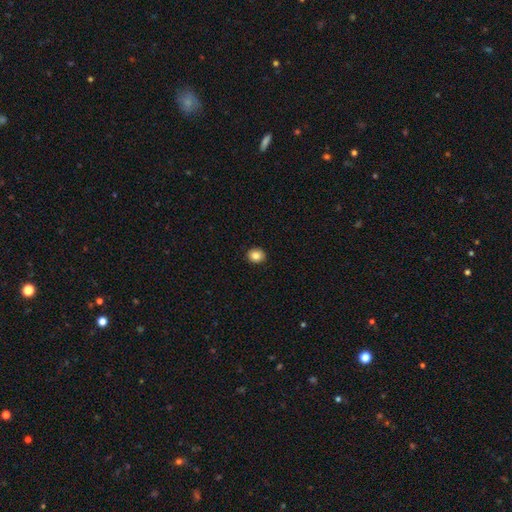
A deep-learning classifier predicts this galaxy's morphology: smooth-or-featured: smooth: 84% | star or artifact: 9% | featured or disk: 6%
  how-rounded: round: 70% | in between: 29% | cigar-shaped: 1%
  merging: none: 91% | minor disturbance: 6% | major disturbance: 2% | merger: 1%